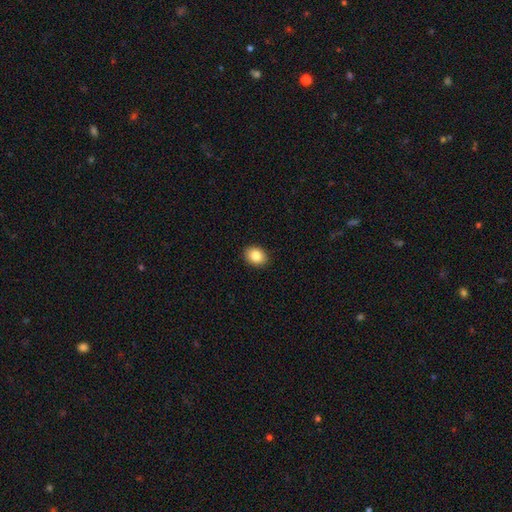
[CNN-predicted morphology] A smooth galaxy with no disk features (84%) that is in between round and cigar-shaped (61%). Merging: none (91%).